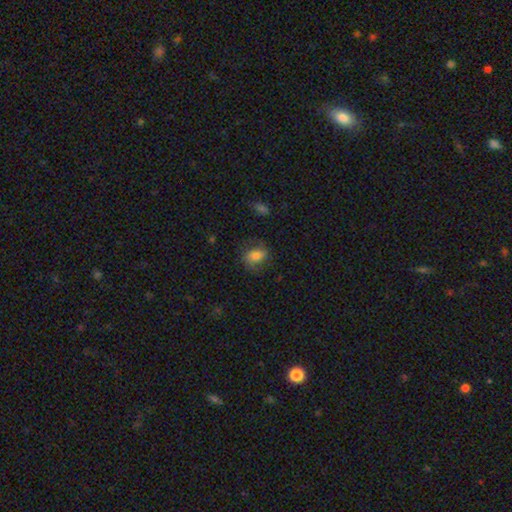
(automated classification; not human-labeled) This is likely a smooth galaxy (67%). How rounded: likely in between (65%). Merging: likely none (69%).